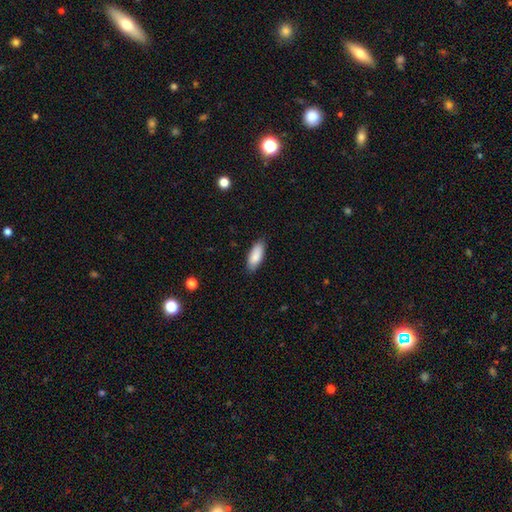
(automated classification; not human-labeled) This appears to be a smooth galaxy with no disk features (88%) that is in between round and cigar-shaped (77%). Merging: none (86%).